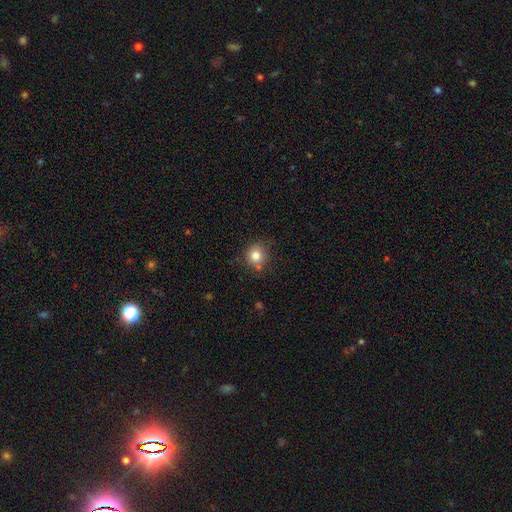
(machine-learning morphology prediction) The model was most divided on "merging": none: 73%, minor disturbance: 17%, merger: 6%, major disturbance: 4%. More confident: how rounded — round (84%); smooth or featured — smooth (81%).